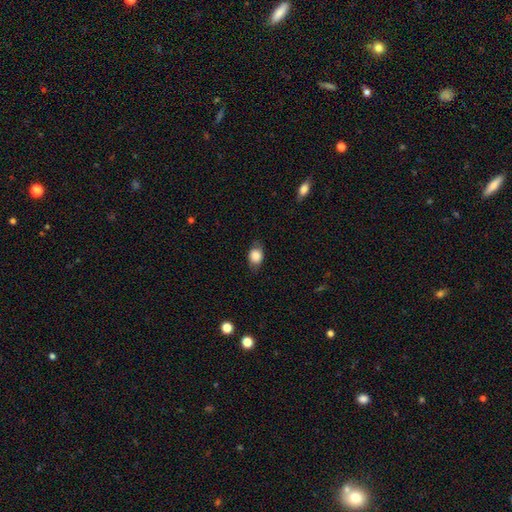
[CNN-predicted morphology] Overall: smooth (82%). How rounded: in between (69%; round 29%). Merging: none (76%).